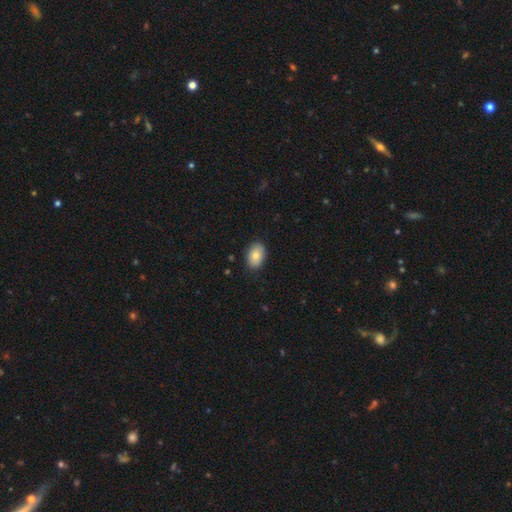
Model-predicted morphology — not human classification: The model was most divided on "smooth or featured": smooth: 82%, featured or disk: 10%, star or artifact: 7%. More confident: merging — none (87%); how rounded — in between (86%).